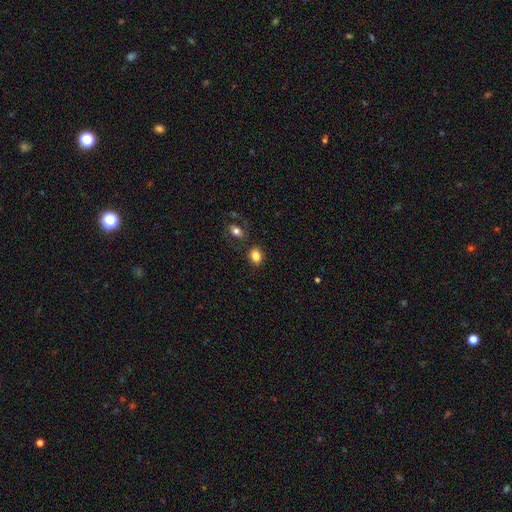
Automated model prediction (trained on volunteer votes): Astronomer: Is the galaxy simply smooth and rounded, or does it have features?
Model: smooth — 82%.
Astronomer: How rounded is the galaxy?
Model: in between — 63%.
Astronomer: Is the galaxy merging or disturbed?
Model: none — 76%.